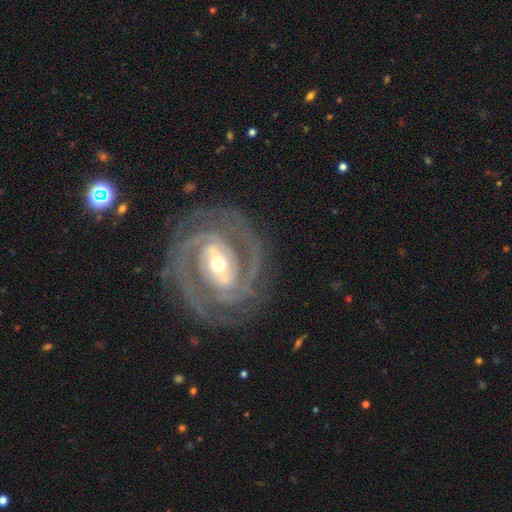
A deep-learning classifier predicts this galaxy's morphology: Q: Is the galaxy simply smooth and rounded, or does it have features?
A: featured or disk — 91%.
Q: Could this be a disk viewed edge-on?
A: no — 97%.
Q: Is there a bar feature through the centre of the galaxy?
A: strong — 57%.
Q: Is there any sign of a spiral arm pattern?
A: yes — 98%.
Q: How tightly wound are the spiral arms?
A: tight — 65%.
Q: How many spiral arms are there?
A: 2 — 81%.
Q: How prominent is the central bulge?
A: small — 50%.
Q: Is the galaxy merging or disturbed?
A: none — 81%.